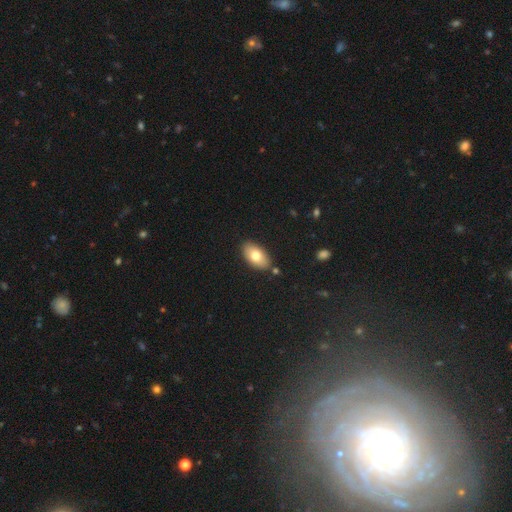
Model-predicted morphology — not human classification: Smooth or featured? smooth (74%)
How rounded? in between (93%)
Merging? none (84%)